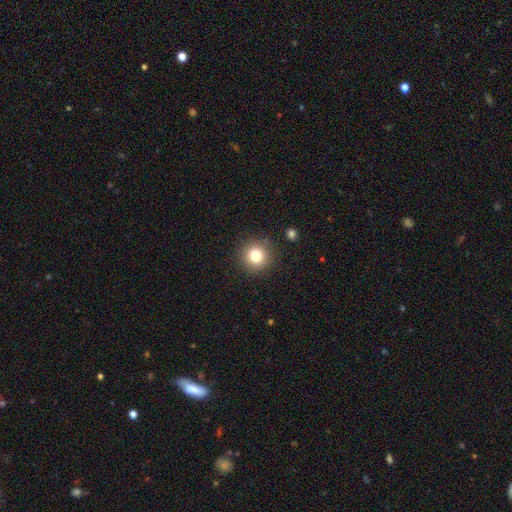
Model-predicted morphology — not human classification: Smooth or featured? Predicted: smooth (p=0.80). How rounded? Predicted: round (p=0.95). Merging? Predicted: none (p=0.89).